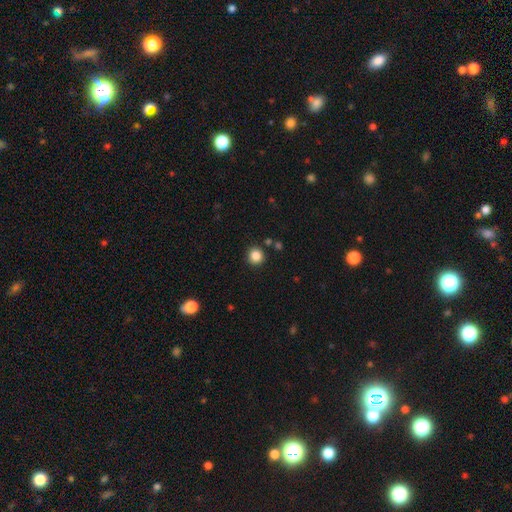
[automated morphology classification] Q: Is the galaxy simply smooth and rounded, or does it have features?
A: smooth — 86%.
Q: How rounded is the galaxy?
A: round — 94%.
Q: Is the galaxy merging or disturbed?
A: none — 90%.